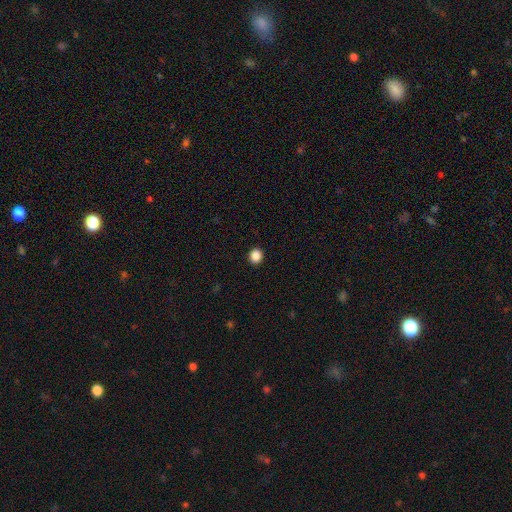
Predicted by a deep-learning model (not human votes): Smooth or featured? smooth (87%)
How rounded? round (82%)
Merging? none (93%)